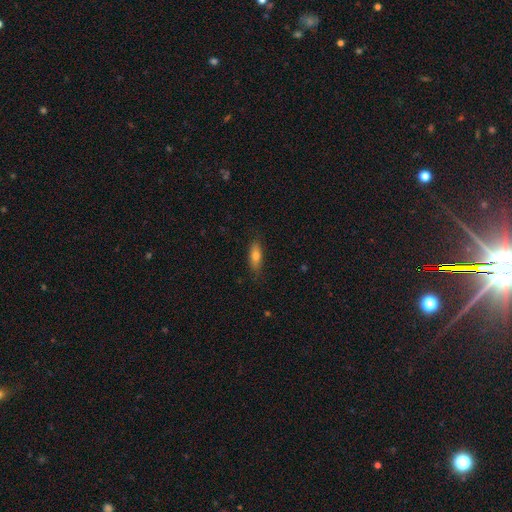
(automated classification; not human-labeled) Overall: smooth (75%). How rounded: in between (65%; cigar-shaped 33%). Merging: none (81%).